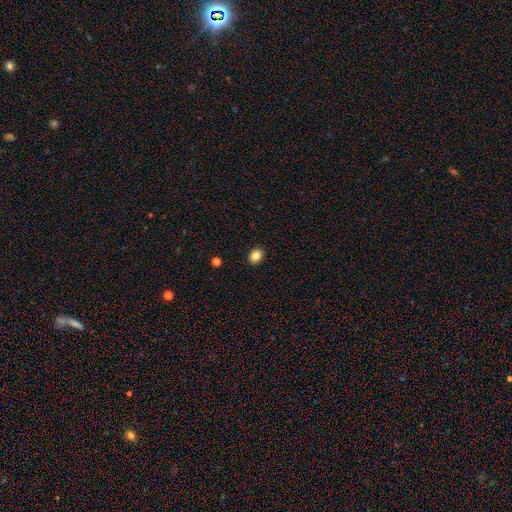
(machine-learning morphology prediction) Smooth or featured? smooth (86%)
How rounded? in between (55%)
Merging? none (91%)